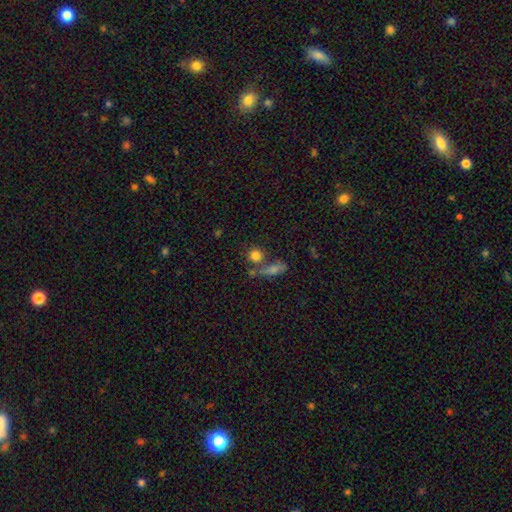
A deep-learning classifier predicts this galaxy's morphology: This appears to be a smooth galaxy with no disk features (79%) that is round (86%). Merging: none (63%).